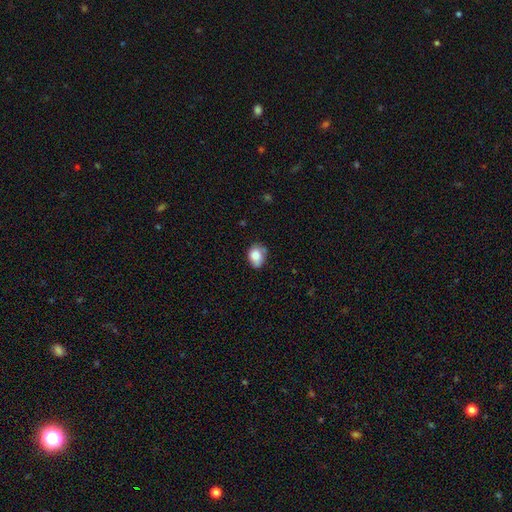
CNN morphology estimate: Overall: smooth (83%). How rounded: in between (62%; round 38%). Merging: none (59%; minor disturbance 32%).